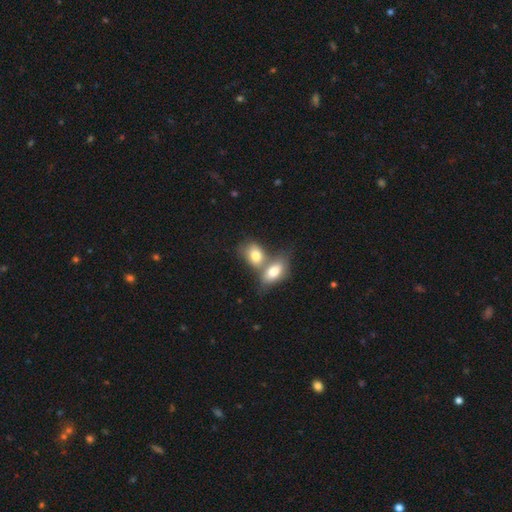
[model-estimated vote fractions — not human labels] This is likely a smooth galaxy (77%). How rounded: clearly in between (81%). Merging: likely merger (64%).